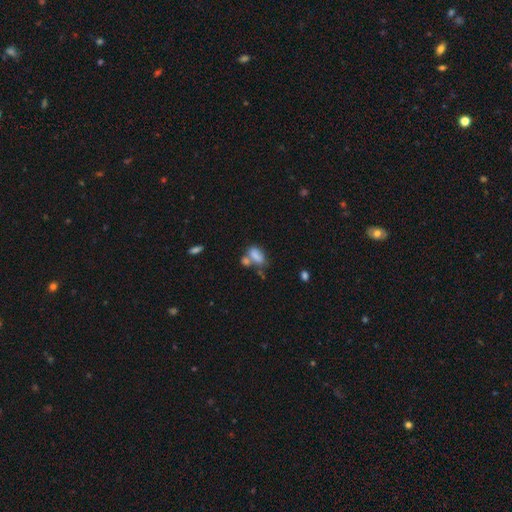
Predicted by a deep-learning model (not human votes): Smooth or featured: smooth — 77% (featured or disk — 13%)
How rounded: in between — 86% (round — 8%)
Merging: merger — 43% (none — 32%)